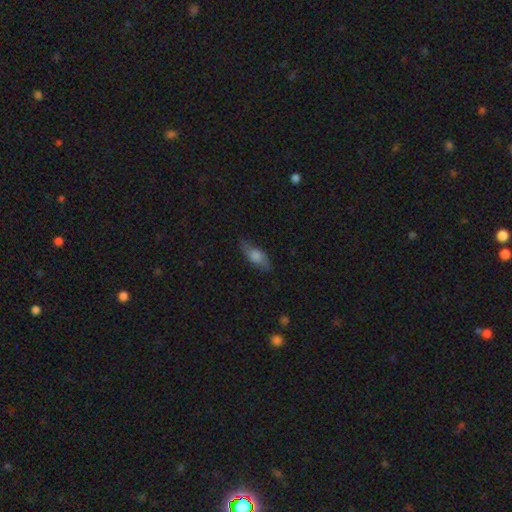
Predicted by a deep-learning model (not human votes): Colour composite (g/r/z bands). It shows a smooth galaxy with no disk features (64%) that is in between round and cigar-shaped (71%). Merging: none (74%).